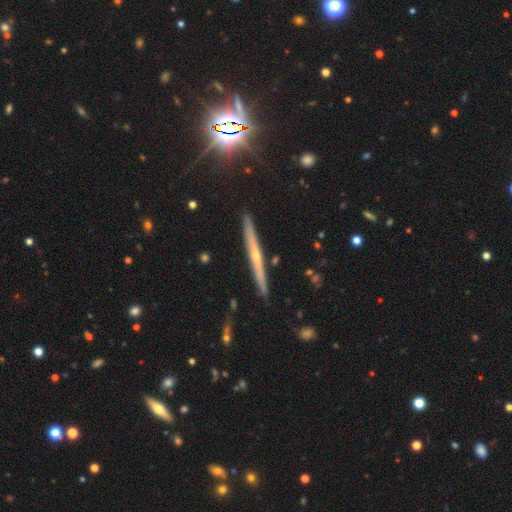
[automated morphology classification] A featured or disk galaxy (71%) viewed edge-on (97%) with a rounded central bulge (66%).

Vote fractions:
- Smooth or featured? featured or disk: 71% / smooth: 20% / star or artifact: 9%
- Edge-on disk? yes: 97% / no: 3%
- Edge-on bulge? rounded: 66% / none: 31% / boxy: 3%
- Merging? none: 89% / minor disturbance: 8% / merger: 2% / major disturbance: 1%